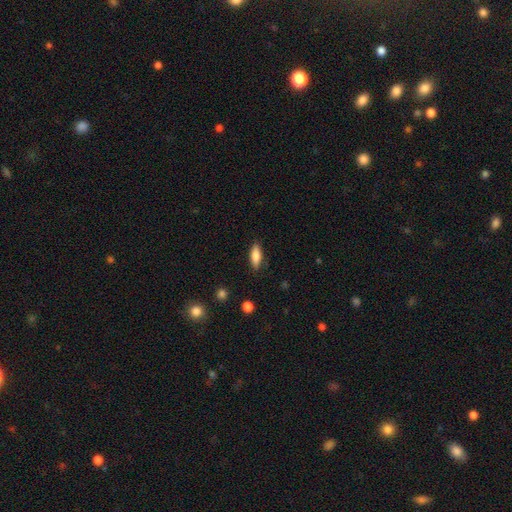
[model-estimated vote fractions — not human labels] The model was most divided on "how rounded": in between: 65%, cigar-shaped: 33%, round: 2%. More confident: merging — none (86%); smooth or featured — smooth (79%).